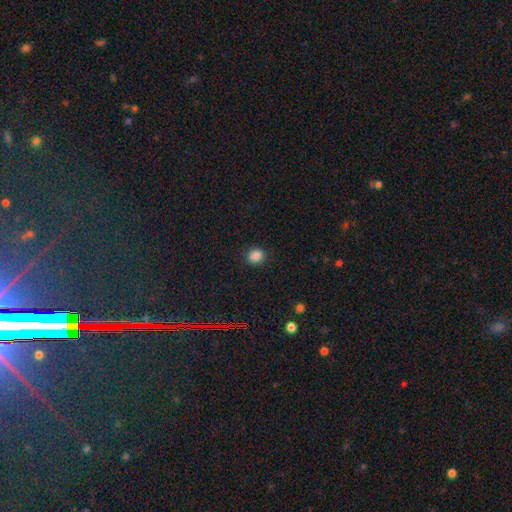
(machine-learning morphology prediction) This appears to be a smooth galaxy with no disk features (85%) that is round (71%). Merging: none (89%).